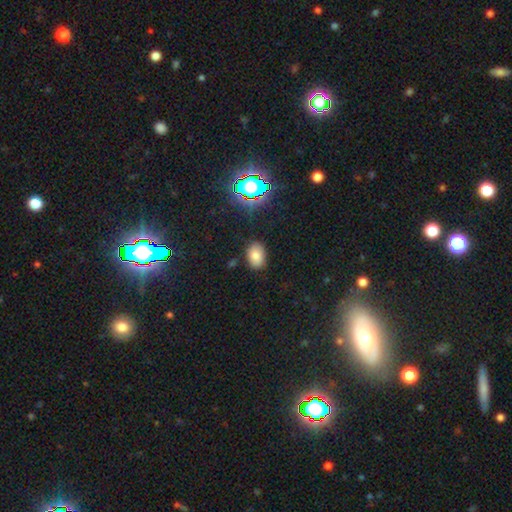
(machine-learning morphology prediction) This is likely a smooth galaxy (78%). How rounded: clearly in between (84%). Merging: clearly none (83%).